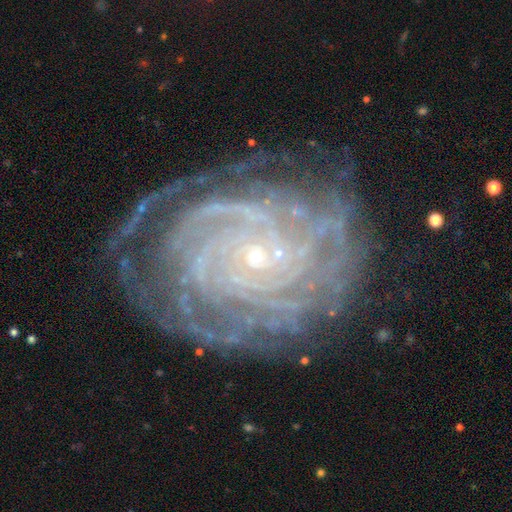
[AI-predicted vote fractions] Q: Smooth or featured?
A: featured or disk (88%); runner-up: star or artifact (7%)
Q: Edge-on disk?
A: no (97%); runner-up: yes (3%)
Q: Bar?
A: no (77%); runner-up: weak (16%)
Q: Spiral arms?
A: yes (97%); runner-up: no (3%)
Q: Spiral winding?
A: tight (82%); runner-up: medium (15%)
Q: Spiral arm count?
A: can't tell (25%); runner-up: more than 4 (24%)
Q: Bulge size?
A: small (88%); runner-up: moderate (8%)
Q: Merging?
A: none (70%); runner-up: minor disturbance (19%)